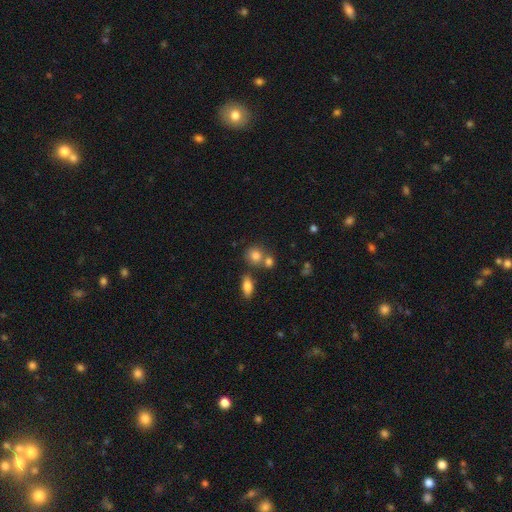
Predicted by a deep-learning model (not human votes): Smooth or featured? Predicted: smooth (p=0.80). How rounded? Predicted: round (p=0.76). Merging? Predicted: none (p=0.56).